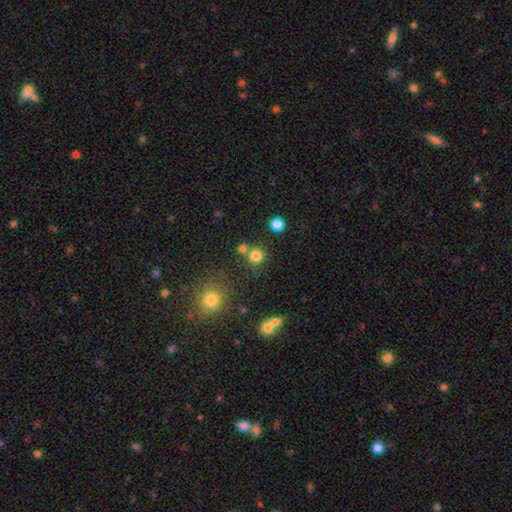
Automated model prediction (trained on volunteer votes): The model was most divided on "merging": none: 70%, merger: 20%, minor disturbance: 7%, major disturbance: 3%. More confident: how rounded — round (92%); smooth or featured — smooth (79%).